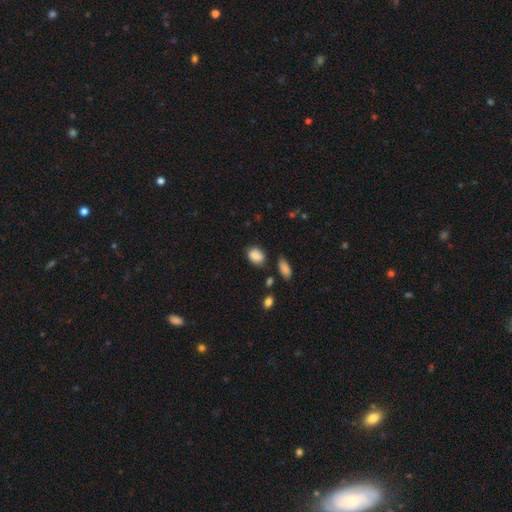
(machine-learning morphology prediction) Smooth or featured? smooth (85%)
How rounded? in between (77%)
Merging? none (66%)